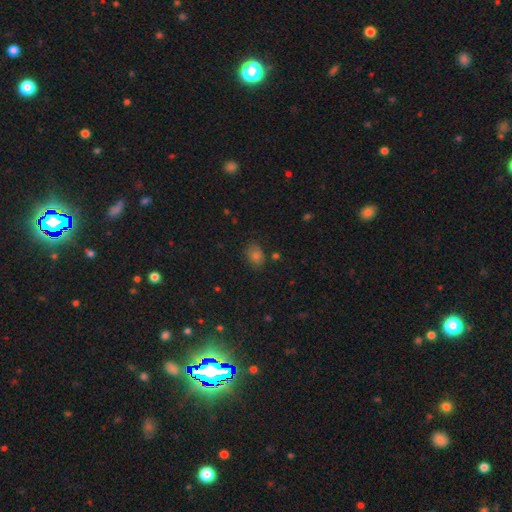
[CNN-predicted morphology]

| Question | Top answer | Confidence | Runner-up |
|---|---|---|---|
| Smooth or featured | smooth | 67% | star or artifact (25%) |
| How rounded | in between | 62% | round (37%) |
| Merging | none | 76% | minor disturbance (16%) |